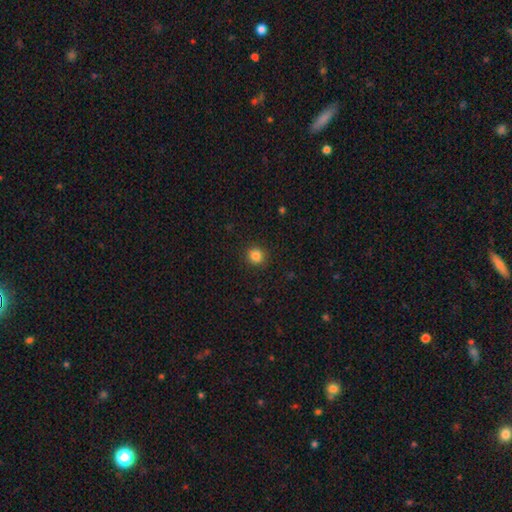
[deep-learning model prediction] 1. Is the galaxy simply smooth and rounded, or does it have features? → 84% smooth, 12% star or artifact, 4% featured or disk.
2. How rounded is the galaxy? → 89% round, 10% in between, 1% cigar-shaped.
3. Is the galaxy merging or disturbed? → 90% none, 7% minor disturbance, 2% major disturbance, 1% merger.